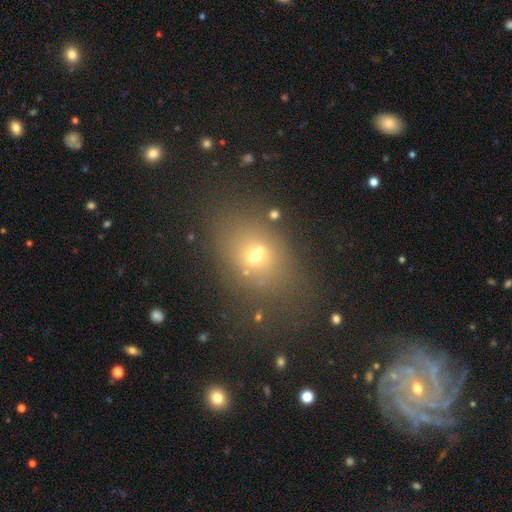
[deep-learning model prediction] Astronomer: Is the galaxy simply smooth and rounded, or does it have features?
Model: smooth — 52%.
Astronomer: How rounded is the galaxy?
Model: in between — 71%.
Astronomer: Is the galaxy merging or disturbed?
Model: none — 61%.